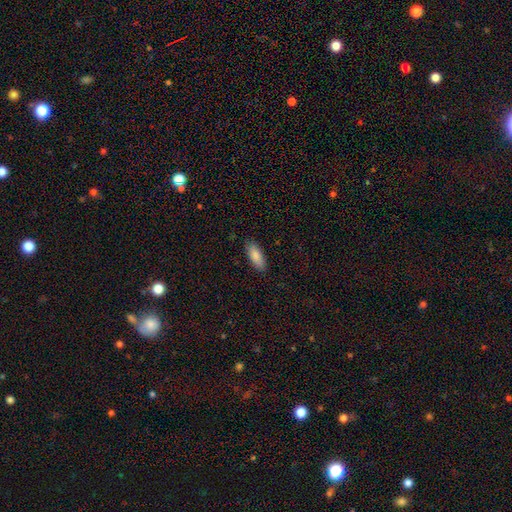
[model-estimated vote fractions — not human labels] Smooth or featured: smooth — 86% (featured or disk — 8%)
How rounded: in between — 72% (cigar-shaped — 26%)
Merging: none — 86% (minor disturbance — 10%)